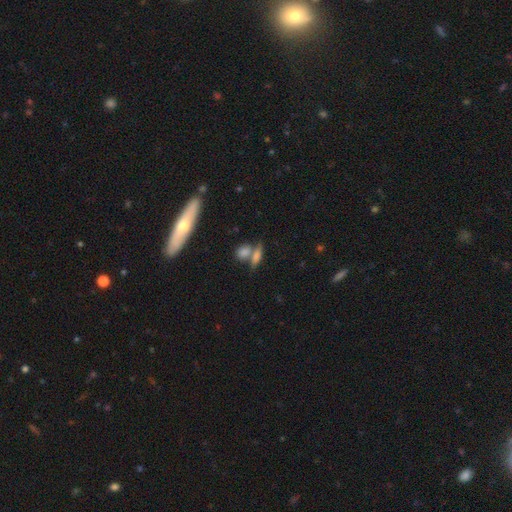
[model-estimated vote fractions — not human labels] Q: Smooth or featured?
A: smooth (66%); runner-up: featured or disk (22%)
Q: How rounded?
A: in between (54%); runner-up: cigar-shaped (34%)
Q: Merging?
A: none (44%); runner-up: merger (42%)